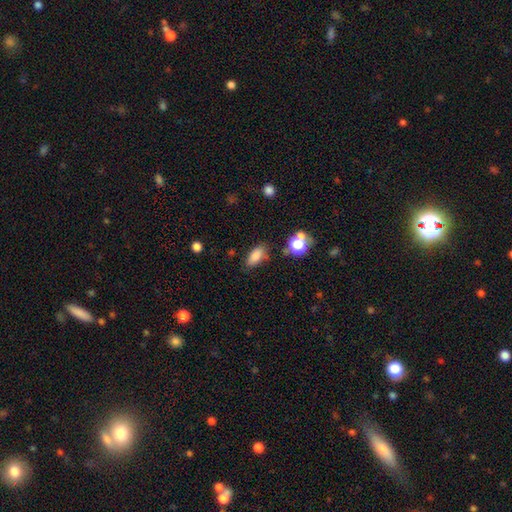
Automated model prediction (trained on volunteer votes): Smooth or featured: smooth — 81% (star or artifact — 11%)
How rounded: in between — 83% (cigar-shaped — 11%)
Merging: none — 76% (minor disturbance — 15%)